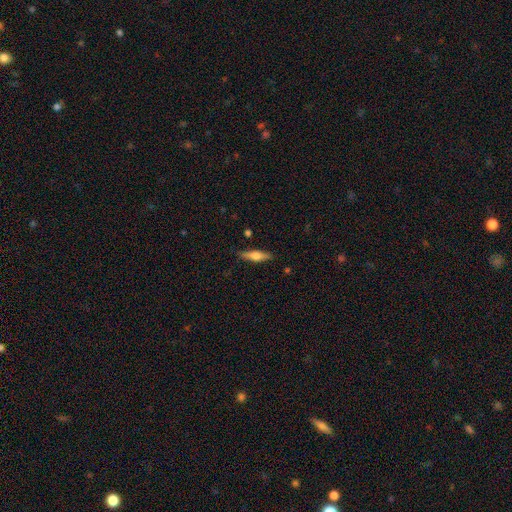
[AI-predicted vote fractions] Smooth or featured? smooth (49%)
Merging? none (86%)